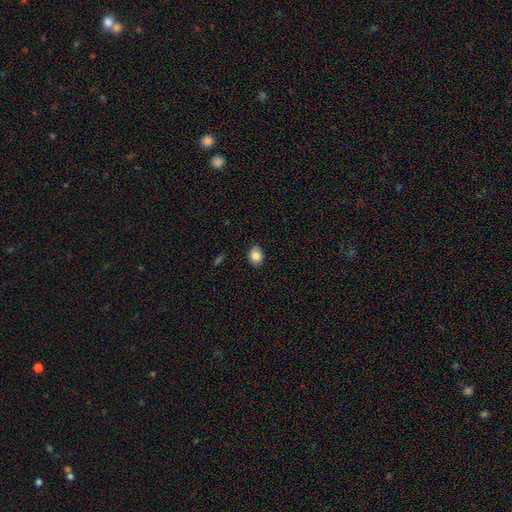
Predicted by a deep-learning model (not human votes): smooth 84%, star or artifact 9%, featured or disk 8%. Down the decision tree: how rounded — in between (54%); merging — none (89%).